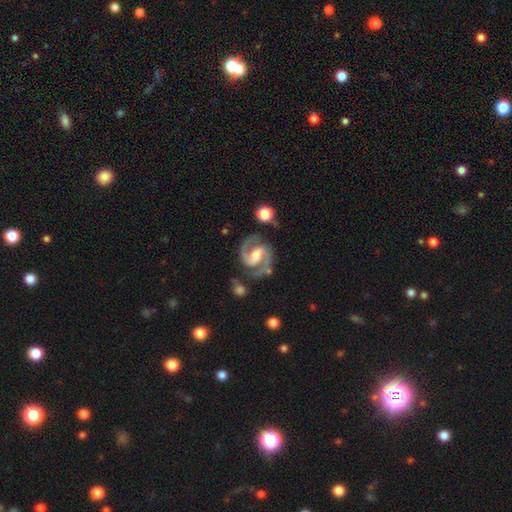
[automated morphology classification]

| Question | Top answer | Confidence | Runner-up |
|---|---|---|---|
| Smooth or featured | featured or disk | 93% | star or artifact (4%) |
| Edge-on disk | no | 98% | yes (2%) |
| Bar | weak | 47% | strong (32%) |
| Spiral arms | yes | 98% | no (2%) |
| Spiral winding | medium | 63% | tight (28%) |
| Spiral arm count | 2 | 94% | 3 (2%) |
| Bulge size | moderate | 53% | small (31%) |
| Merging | none | 75% | minor disturbance (15%) |